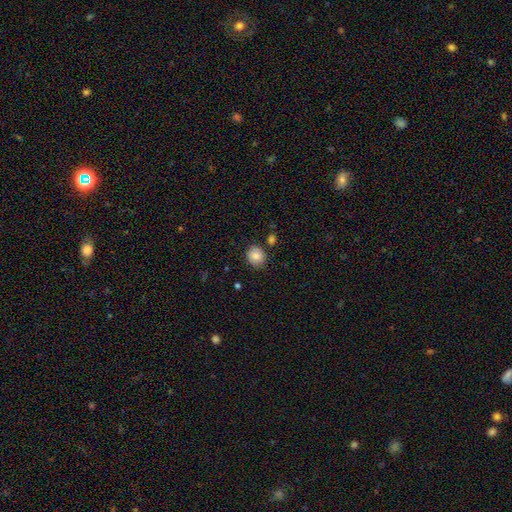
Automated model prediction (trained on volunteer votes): Q: Smooth or featured?
A: smooth (82%); runner-up: star or artifact (9%)
Q: How rounded?
A: round (79%); runner-up: in between (20%)
Q: Merging?
A: none (83%); runner-up: minor disturbance (11%)